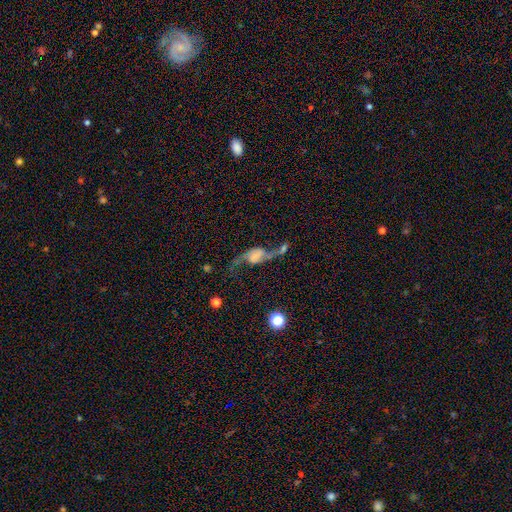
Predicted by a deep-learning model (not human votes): Smooth or featured? featured or disk (80%)
Edge-on disk? no (93%)
Bar? no (50%)
Spiral arms? yes (92%)
Spiral winding? loose (90%)
Spiral arm count? 2 (92%)
Bulge size? none (42%)
Merging? none (44%)